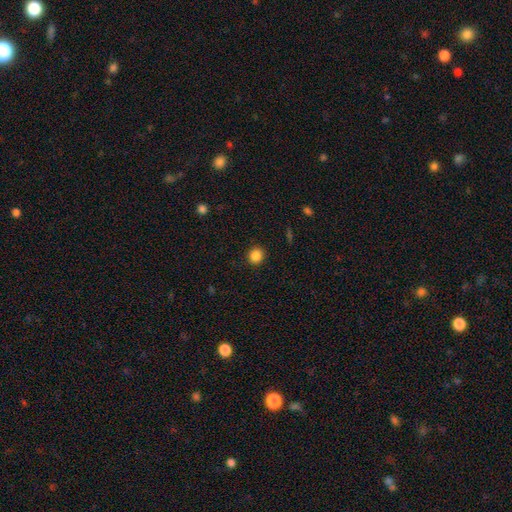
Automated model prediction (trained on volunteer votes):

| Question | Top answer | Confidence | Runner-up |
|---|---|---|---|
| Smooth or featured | smooth | 85% | star or artifact (11%) |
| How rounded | round | 89% | in between (10%) |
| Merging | none | 91% | minor disturbance (6%) |